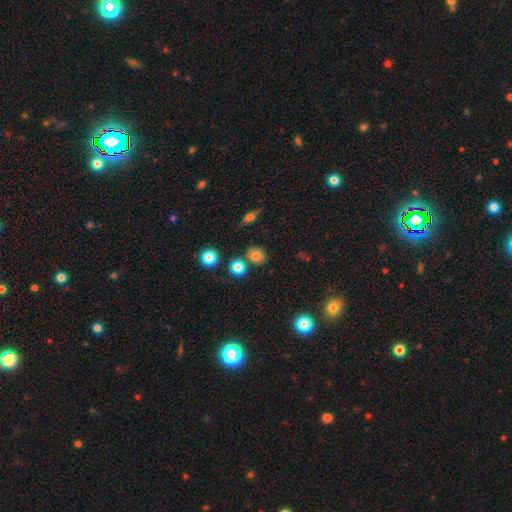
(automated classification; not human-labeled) smooth_or_featured: smooth (p=0.78) [alt: star or artifact p=0.14]
how_rounded: round (p=0.77) [alt: in between p=0.22]
merging: none (p=0.77) [alt: minor disturbance p=0.10]